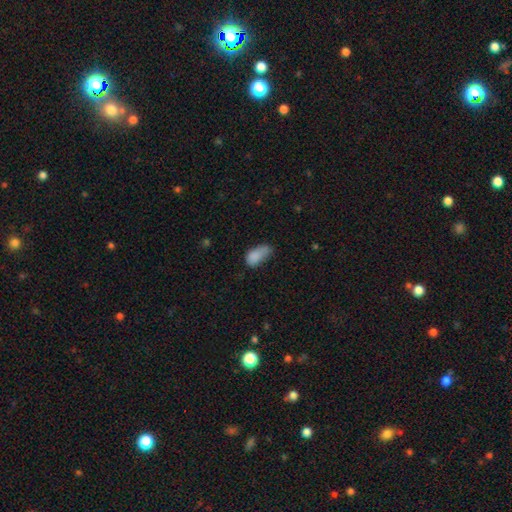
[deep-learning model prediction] This appears to be a smooth galaxy with no disk features (82%) that is in between round and cigar-shaped (90%). Merging: minor disturbance (39%).